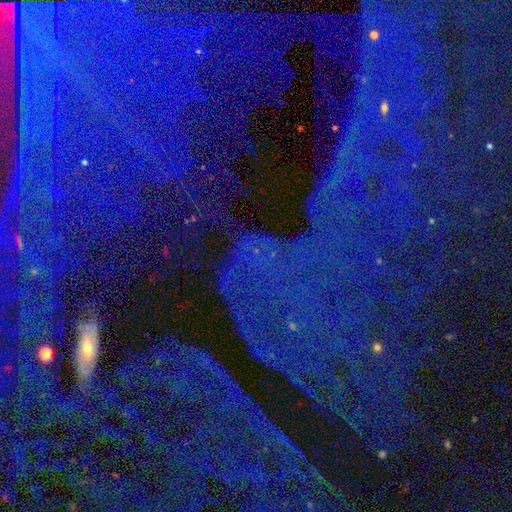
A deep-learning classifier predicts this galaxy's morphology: The model was most divided on "smooth or featured": star or artifact: 85%, smooth: 8%, featured or disk: 8%.